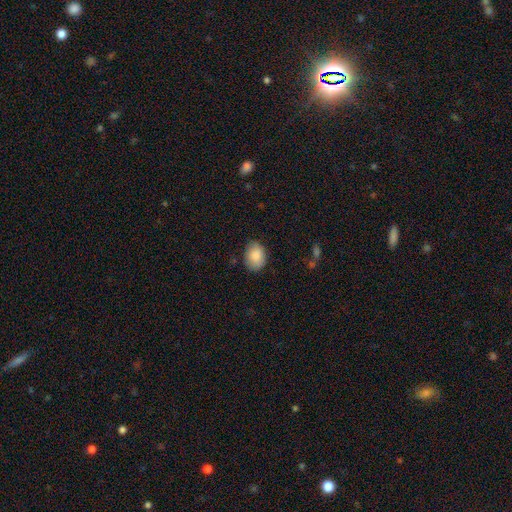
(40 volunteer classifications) This is clearly a smooth galaxy (92%). How rounded: likely in between (62%). Merging: likely none (61%).